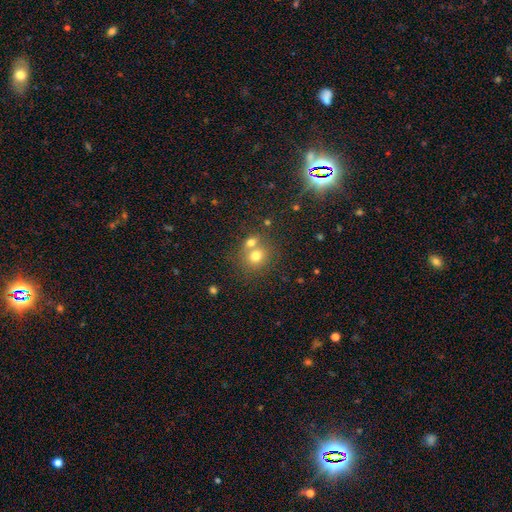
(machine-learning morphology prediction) Smooth or featured? Predicted: smooth (p=0.74). How rounded? Predicted: round (p=0.77). Merging? Predicted: none (p=0.47).